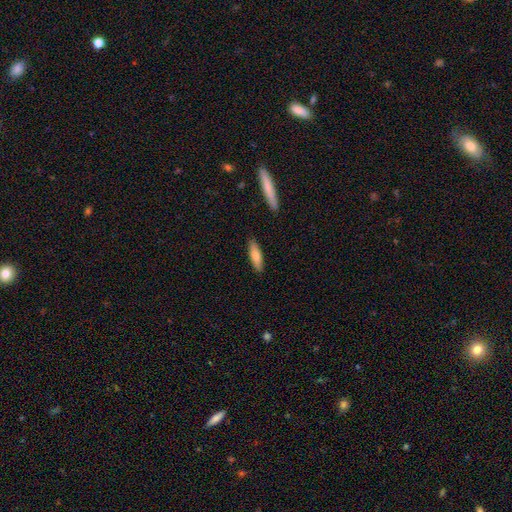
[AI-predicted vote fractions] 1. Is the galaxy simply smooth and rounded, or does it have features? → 78% smooth, 17% featured or disk, 6% star or artifact.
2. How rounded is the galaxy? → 64% cigar-shaped, 34% in between, 2% round.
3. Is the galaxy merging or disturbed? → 88% none, 9% minor disturbance, 2% major disturbance, 2% merger.